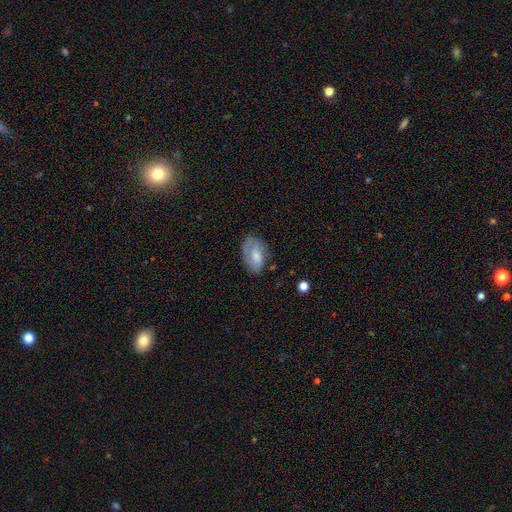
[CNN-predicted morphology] Q: Smooth or featured?
A: smooth (60%); runner-up: featured or disk (32%)
Q: How rounded?
A: in between (89%); runner-up: round (9%)
Q: Merging?
A: none (59%); runner-up: minor disturbance (28%)